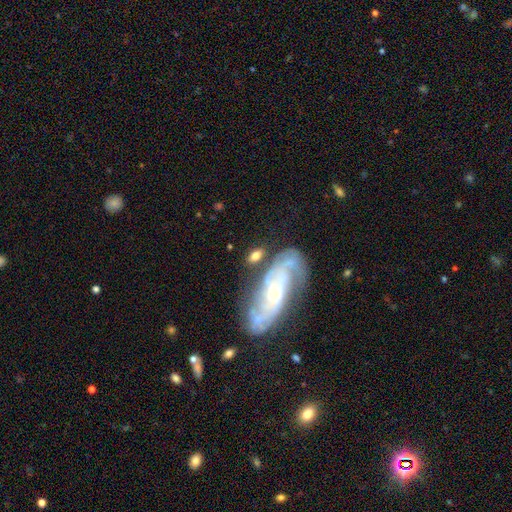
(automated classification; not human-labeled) Smooth or featured? smooth (56%)
How rounded? in between (83%)
Merging? none (53%)